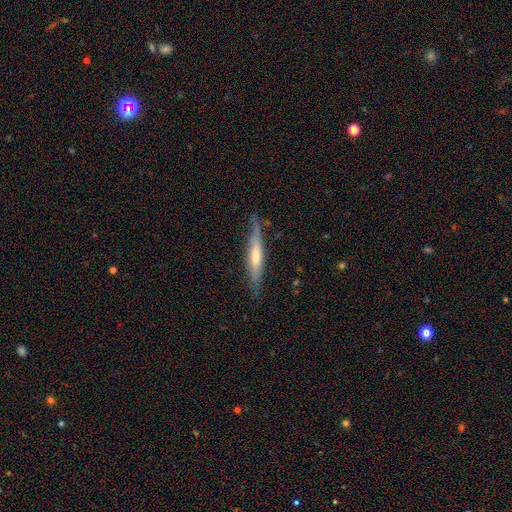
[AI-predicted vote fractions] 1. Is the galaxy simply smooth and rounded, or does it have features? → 53% featured or disk, 42% smooth, 5% star or artifact.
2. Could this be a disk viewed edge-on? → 90% yes, 10% no.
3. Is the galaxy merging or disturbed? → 79% none, 16% minor disturbance, 3% major disturbance, 1% merger.